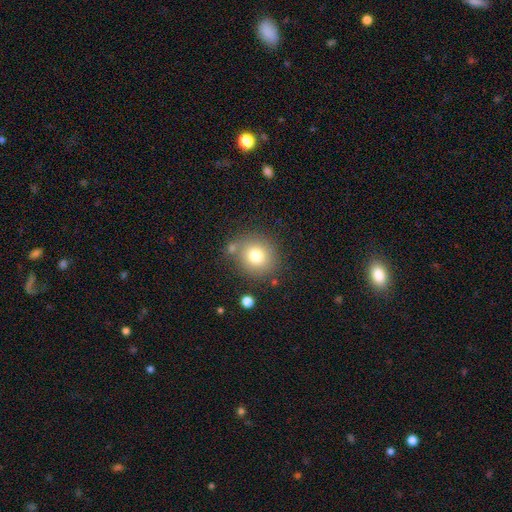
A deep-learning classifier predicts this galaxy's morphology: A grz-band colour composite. It shows a smooth galaxy with no disk features (78%) that is round (89%). Merging: none (75%).